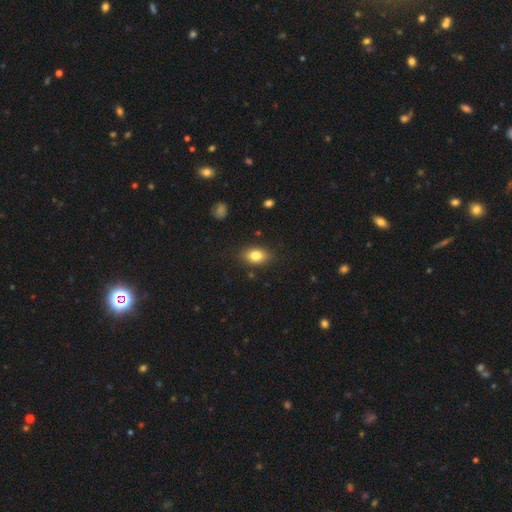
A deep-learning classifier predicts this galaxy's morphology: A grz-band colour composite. It shows a smooth galaxy with no disk features (81%) that is in between round and cigar-shaped (82%). Merging: none (85%).